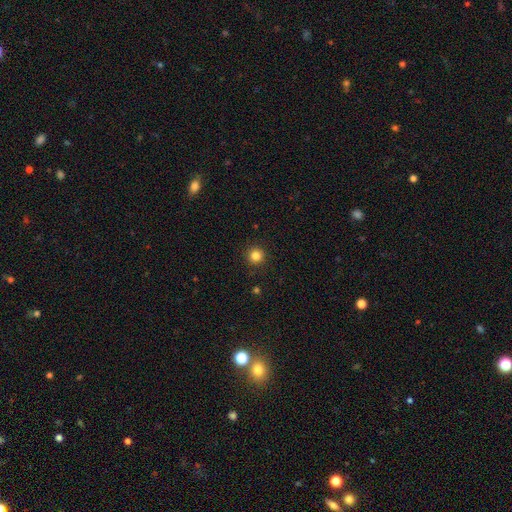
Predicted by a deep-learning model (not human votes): smooth-or-featured: smooth: 83% | star or artifact: 12% | featured or disk: 4%
  how-rounded: round: 96% | in between: 3% | cigar-shaped: 1%
  merging: none: 92% | minor disturbance: 5% | major disturbance: 2% | merger: 1%